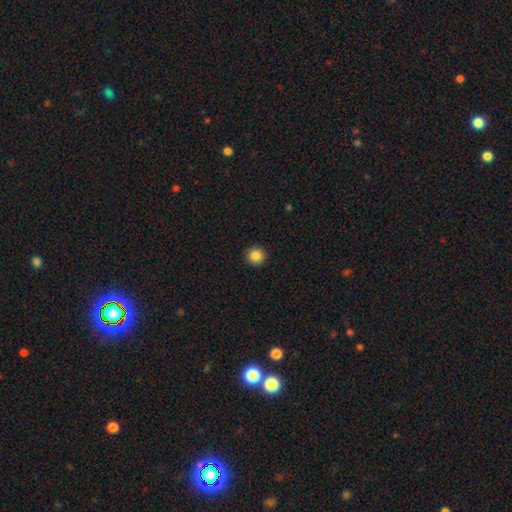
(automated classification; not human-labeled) Smooth or featured: smooth — 85% (star or artifact — 10%)
How rounded: round — 95% (in between — 4%)
Merging: none — 93% (minor disturbance — 4%)